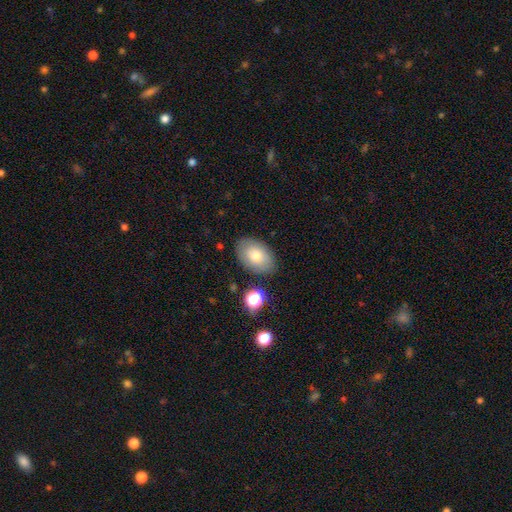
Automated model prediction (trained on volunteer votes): Smooth or featured? smooth (77%)
How rounded? in between (86%)
Merging? none (83%)